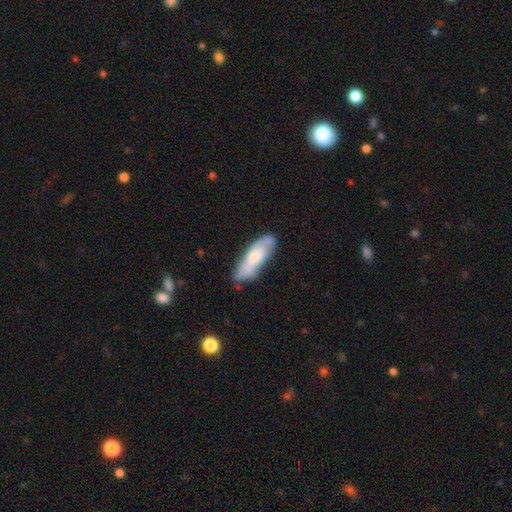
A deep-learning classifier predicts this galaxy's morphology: Smooth or featured: smooth — 52% (featured or disk — 40%)
How rounded: in between — 55% (cigar-shaped — 43%)
Merging: none — 74% (minor disturbance — 20%)